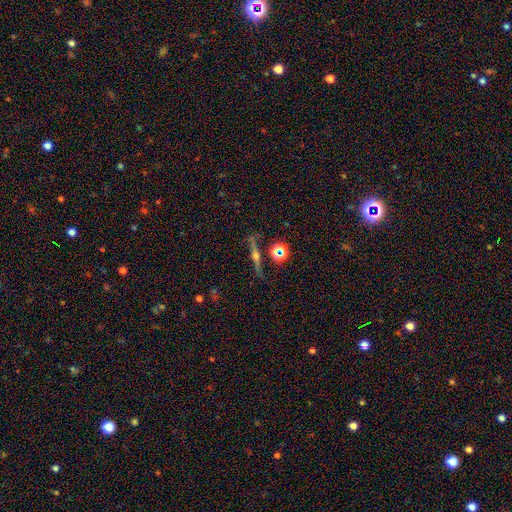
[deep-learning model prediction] A featured or disk galaxy (72%) viewed edge-on (96%) with a rounded central bulge (94%).

Vote fractions:
- Smooth or featured? featured or disk: 72% / smooth: 15% / star or artifact: 13%
- Edge-on disk? yes: 96% / no: 4%
- Edge-on bulge? rounded: 94% / none: 3% / boxy: 3%
- Merging? none: 85% / minor disturbance: 9% / merger: 3% / major disturbance: 3%